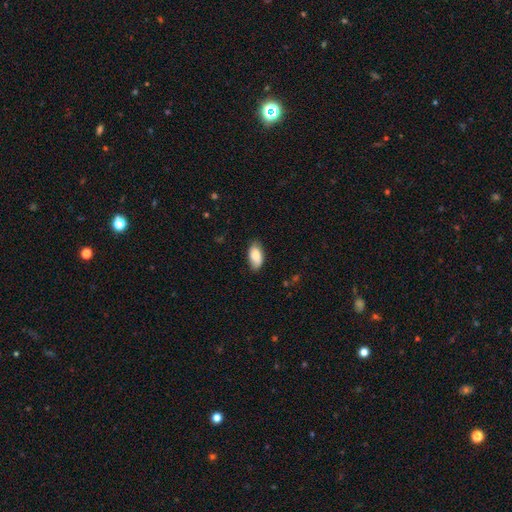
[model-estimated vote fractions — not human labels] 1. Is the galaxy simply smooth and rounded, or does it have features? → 77% smooth, 16% featured or disk, 7% star or artifact.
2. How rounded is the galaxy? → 93% in between, 4% cigar-shaped, 3% round.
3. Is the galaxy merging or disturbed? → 79% none, 17% minor disturbance, 3% major disturbance, 1% merger.